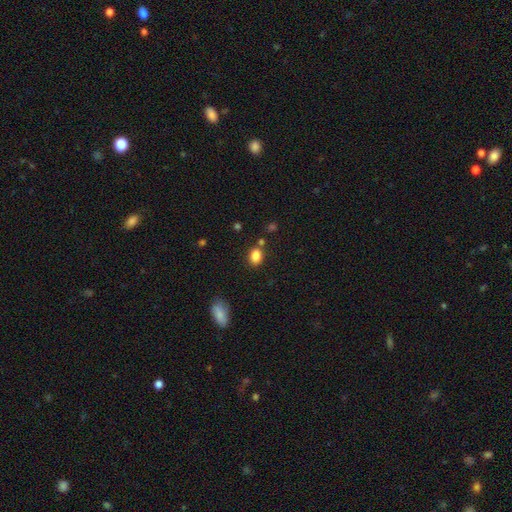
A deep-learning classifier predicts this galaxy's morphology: Smooth or featured?
  - smooth: 85% *
  - star or artifact: 10%
  - featured or disk: 5%
How rounded?
  - in between: 72% *
  - round: 26%
  - cigar-shaped: 1%
Merging?
  - none: 73% *
  - minor disturbance: 14%
  - merger: 9%
  - major disturbance: 4%